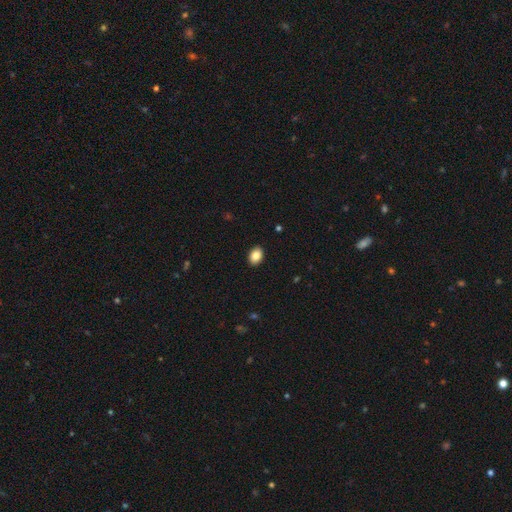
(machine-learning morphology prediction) A smooth galaxy with no disk features (87%) that is in between round and cigar-shaped (78%). Merging: none (91%).